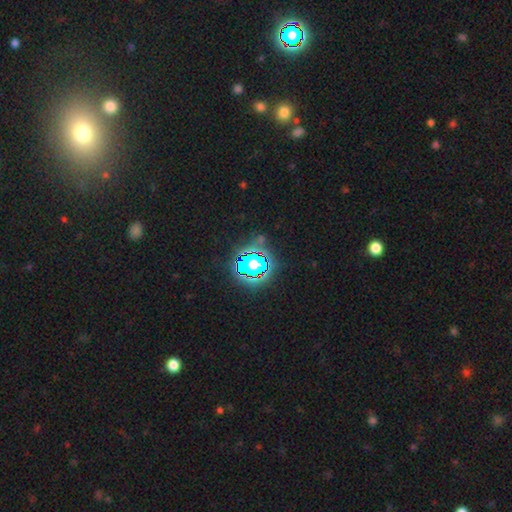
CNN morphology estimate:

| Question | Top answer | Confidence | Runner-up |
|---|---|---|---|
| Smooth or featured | star or artifact | 80% | smooth (13%) |